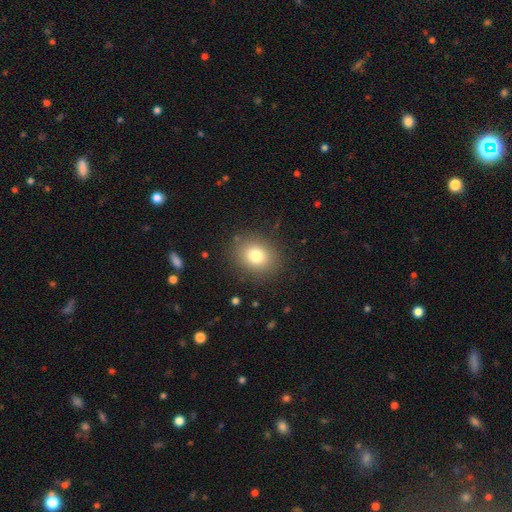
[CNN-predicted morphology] smooth 78%, star or artifact 12%, featured or disk 10%. Down the decision tree: how rounded — round (64%); merging — none (87%).